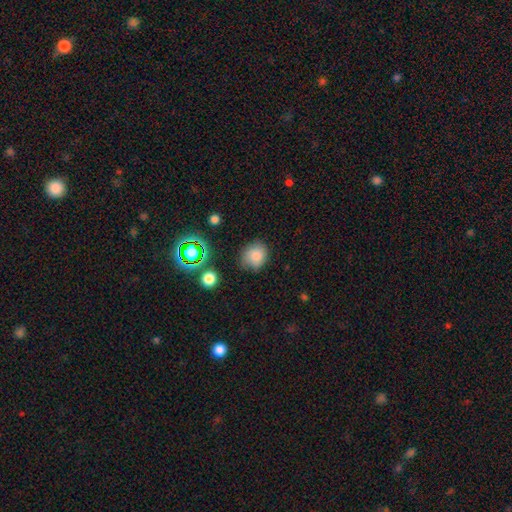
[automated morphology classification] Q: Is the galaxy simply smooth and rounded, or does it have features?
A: smooth — 78%.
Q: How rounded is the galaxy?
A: round — 73%.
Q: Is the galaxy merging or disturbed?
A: none — 70%.